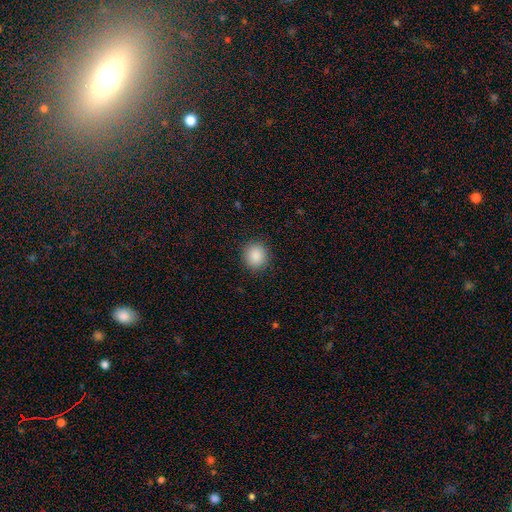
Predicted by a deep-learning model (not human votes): smooth 89%, star or artifact 8%, featured or disk 3%. Down the decision tree: how rounded — round (85%); merging — none (90%).